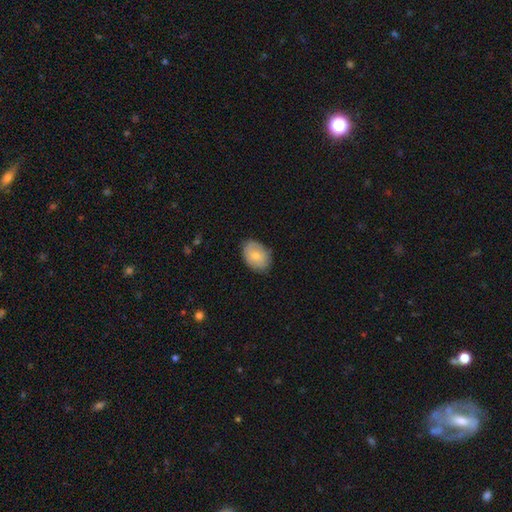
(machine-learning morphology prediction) The model was most divided on "smooth or featured": smooth: 73%, featured or disk: 20%, star or artifact: 6%. More confident: merging — none (79%); how rounded — in between (79%).